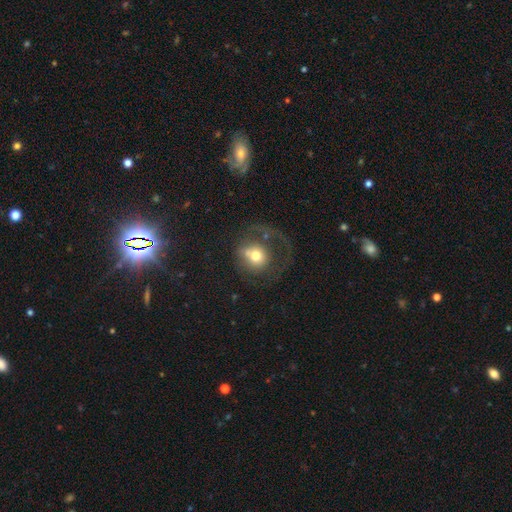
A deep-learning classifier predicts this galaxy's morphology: Smooth or featured: smooth — 59% (featured or disk — 31%)
How rounded: round — 82% (in between — 17%)
Merging: major disturbance — 41% (none — 35%)